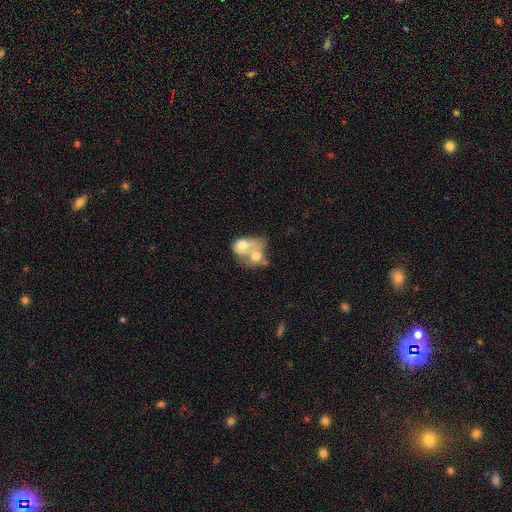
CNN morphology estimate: Smooth or featured: smooth — 61% (featured or disk — 31%)
How rounded: round — 50% (in between — 49%)
Merging: merger — 80% (none — 9%)